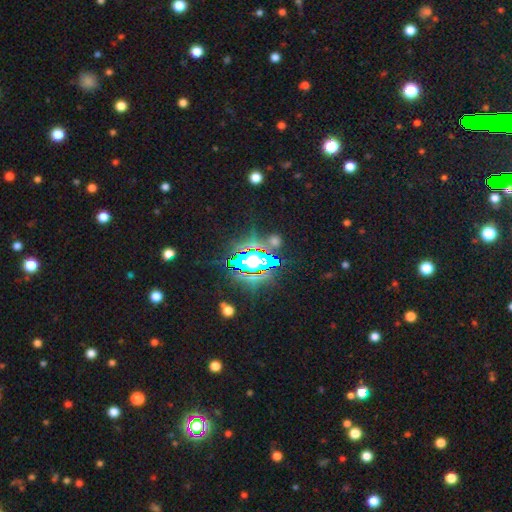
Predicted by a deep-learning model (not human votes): star or artifact 82%, smooth 10%, featured or disk 8%.